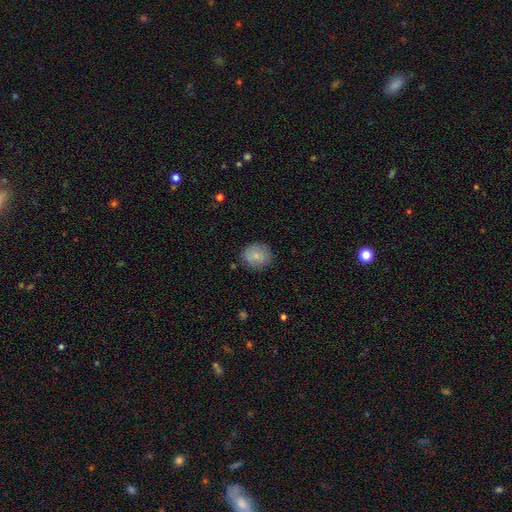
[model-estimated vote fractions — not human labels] smooth 79%, featured or disk 13%, star or artifact 8%. Down the decision tree: how rounded — round (81%); merging — none (80%).